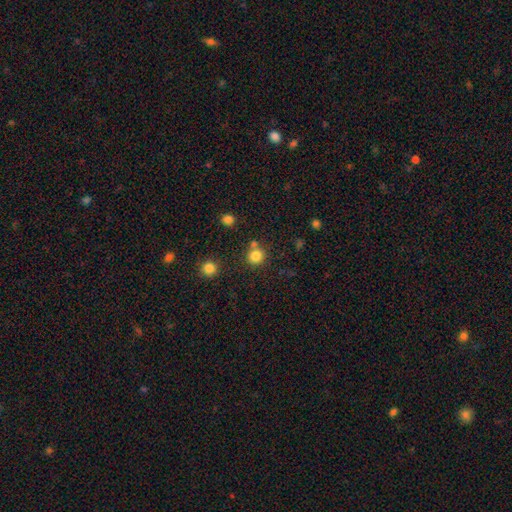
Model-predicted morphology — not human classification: Smooth or featured: smooth — 82% (star or artifact — 13%)
How rounded: round — 90% (in between — 9%)
Merging: none — 72% (merger — 16%)